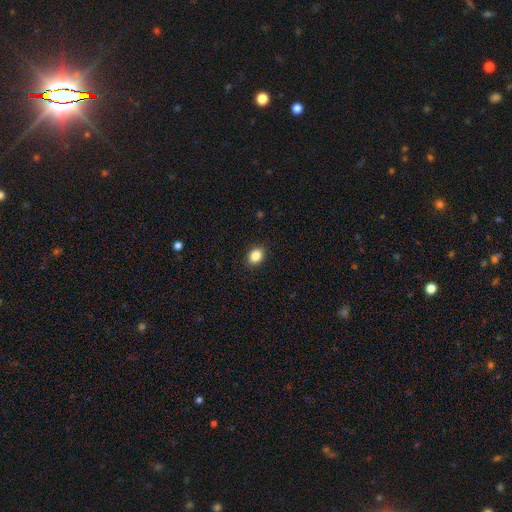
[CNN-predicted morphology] type=smooth (86%); roundness=in between (61%); merging=none (89%).